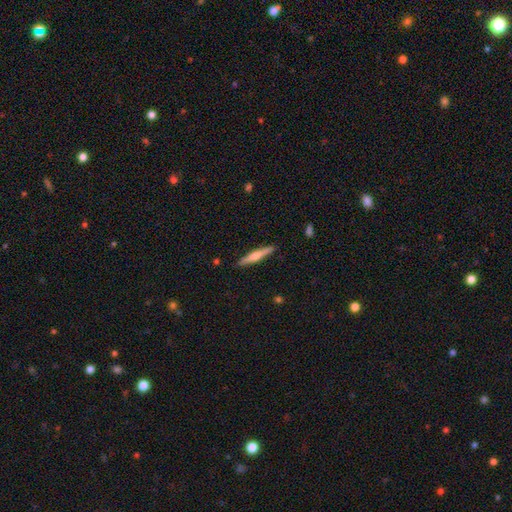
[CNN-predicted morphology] smooth_or_featured: smooth (p=0.49) [alt: featured or disk p=0.46]
merging: none (p=0.90) [alt: minor disturbance p=0.07]